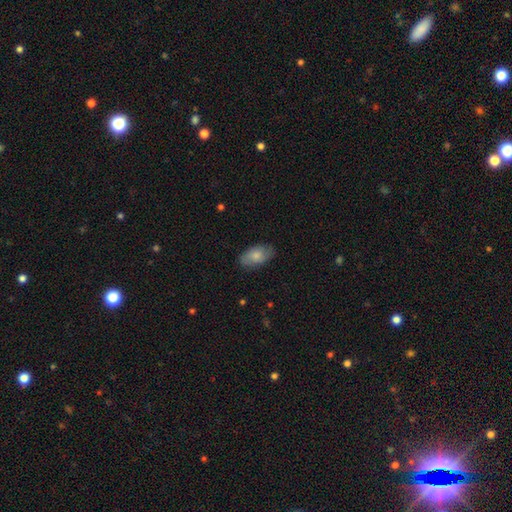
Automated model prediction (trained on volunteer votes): Smooth or featured?
  - smooth: 74% *
  - featured or disk: 20%
  - star or artifact: 6%
How rounded?
  - in between: 93% *
  - round: 4%
  - cigar-shaped: 3%
Merging?
  - none: 80% *
  - minor disturbance: 16%
  - major disturbance: 3%
  - merger: 1%